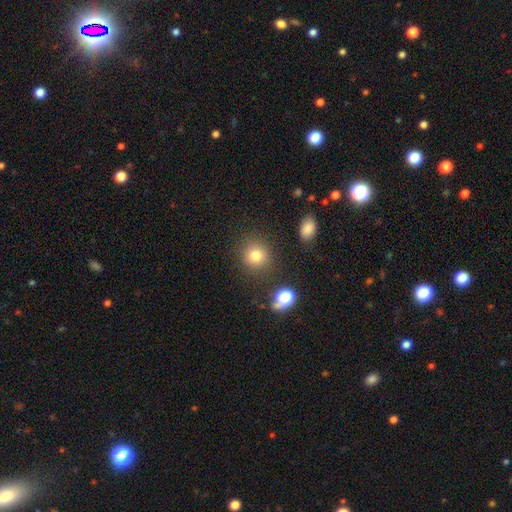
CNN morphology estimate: Smooth or featured: smooth — 79% (star or artifact — 14%)
How rounded: round — 88% (in between — 11%)
Merging: none — 85% (minor disturbance — 8%)